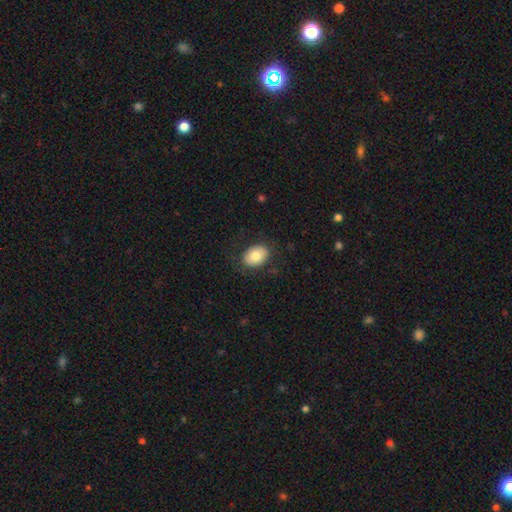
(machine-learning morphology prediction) This is likely a smooth galaxy (79%). How rounded: likely in between (71%). Merging: clearly none (81%).